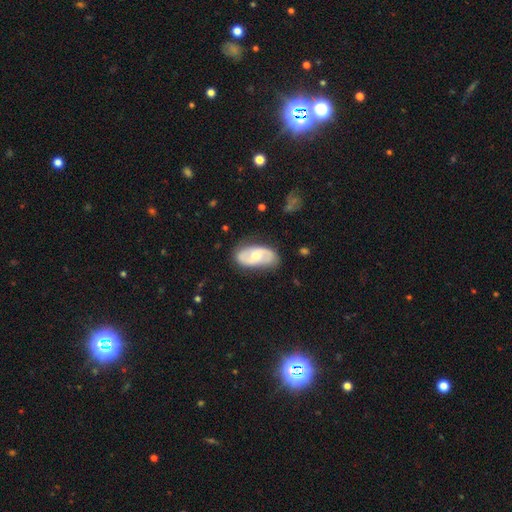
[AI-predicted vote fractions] Q: Smooth or featured?
A: featured or disk (65%); runner-up: smooth (30%)
Q: Edge-on disk?
A: no (94%); runner-up: yes (6%)
Q: Bar?
A: no (59%); runner-up: weak (33%)
Q: Spiral arms?
A: yes (82%); runner-up: no (18%)
Q: Spiral winding?
A: medium (44%); runner-up: loose (31%)
Q: Spiral arm count?
A: 2 (82%); runner-up: can't tell (12%)
Q: Bulge size?
A: moderate (63%); runner-up: small (29%)
Q: Merging?
A: none (76%); runner-up: minor disturbance (18%)